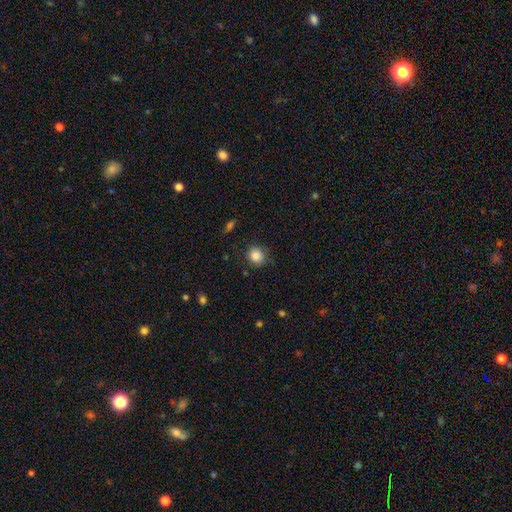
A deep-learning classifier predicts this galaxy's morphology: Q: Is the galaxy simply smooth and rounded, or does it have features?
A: smooth — 86%.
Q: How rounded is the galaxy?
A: round — 86%.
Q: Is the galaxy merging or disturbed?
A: none — 81%.